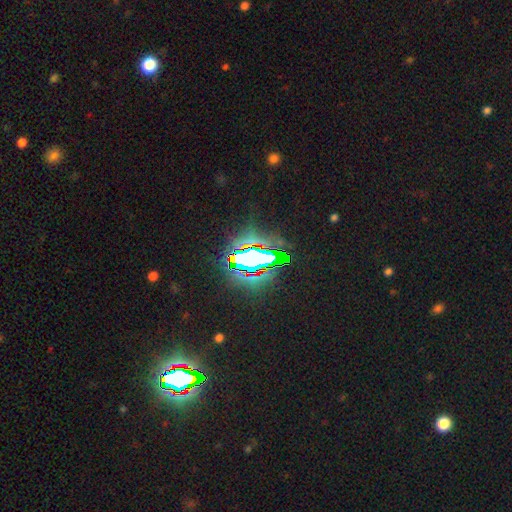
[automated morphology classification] Smooth or featured? star or artifact (70%)